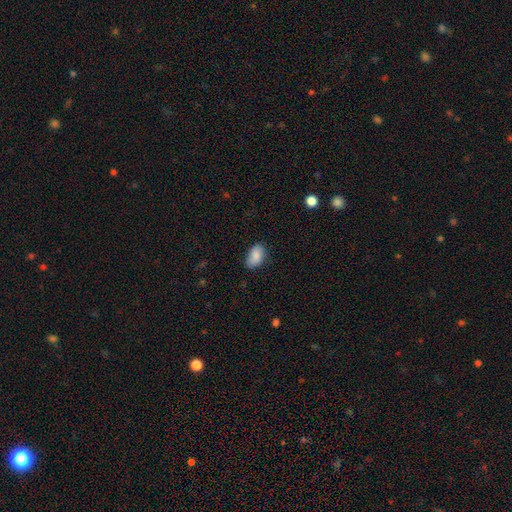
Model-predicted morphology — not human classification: Smooth or featured? smooth (84%)
How rounded? in between (91%)
Merging? none (67%)